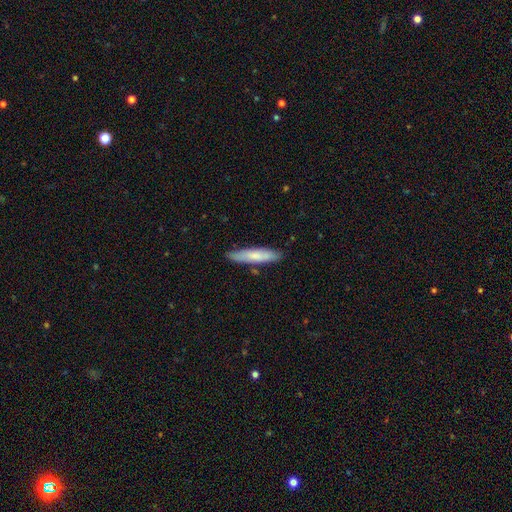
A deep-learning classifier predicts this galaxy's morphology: A smooth galaxy with no disk features (71%) that is cigar-shaped (84%). Merging: none (83%).